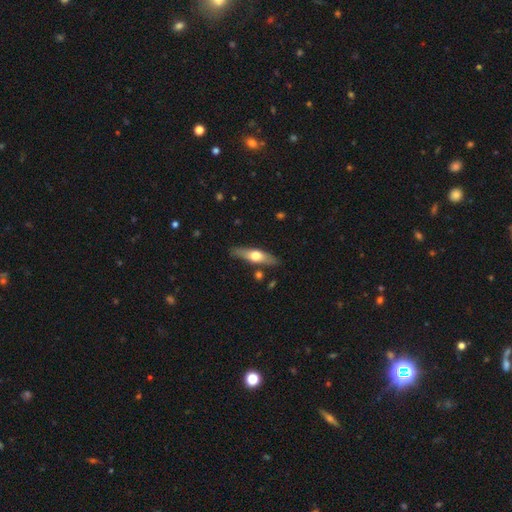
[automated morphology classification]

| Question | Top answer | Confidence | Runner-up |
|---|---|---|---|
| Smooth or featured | featured or disk | 51% | smooth (44%) |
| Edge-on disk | yes | 88% | no (12%) |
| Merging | none | 84% | minor disturbance (10%) |